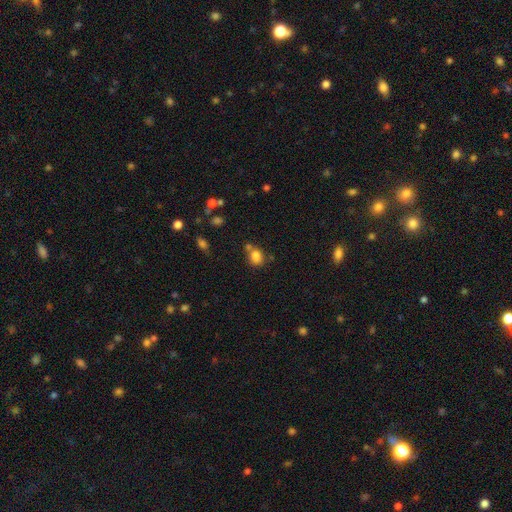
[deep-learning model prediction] A smooth galaxy with no disk features (80%) that is round (50%). Merging: none (53%).